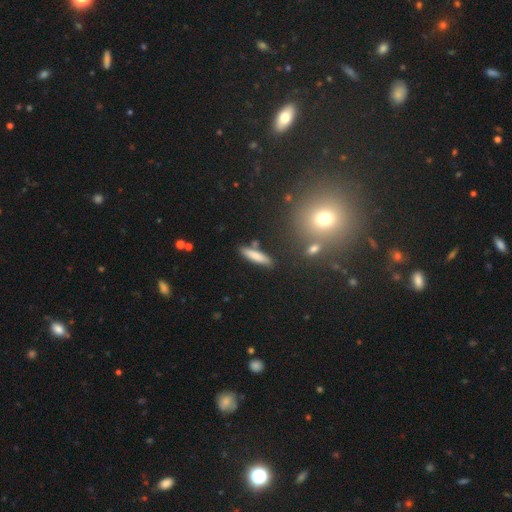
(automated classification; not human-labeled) Smooth or featured? Predicted: smooth (p=0.78). How rounded? Predicted: cigar-shaped (p=0.79). Merging? Predicted: none (p=0.81).